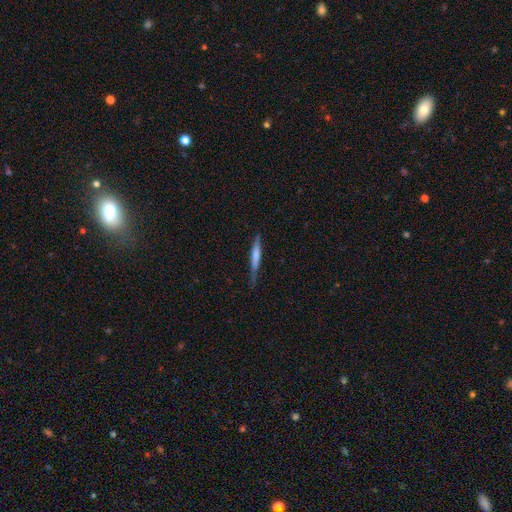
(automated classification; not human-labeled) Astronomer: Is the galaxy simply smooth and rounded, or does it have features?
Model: smooth — 56% (runner-up: featured or disk, 38%).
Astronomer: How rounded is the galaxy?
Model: cigar-shaped — 94%.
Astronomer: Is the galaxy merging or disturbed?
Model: none — 74%.